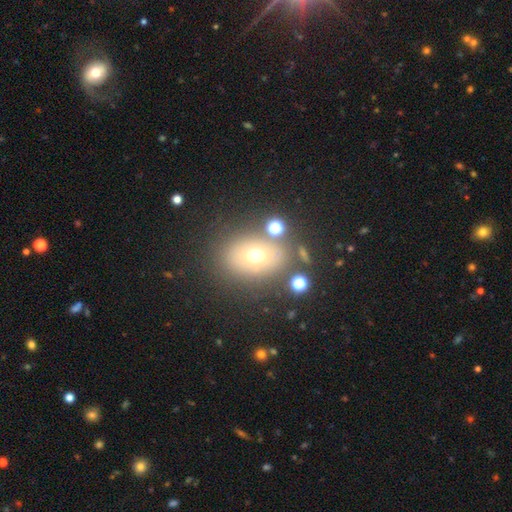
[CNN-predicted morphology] Smooth or featured? smooth (62%)
How rounded? in between (53%)
Merging? none (73%)